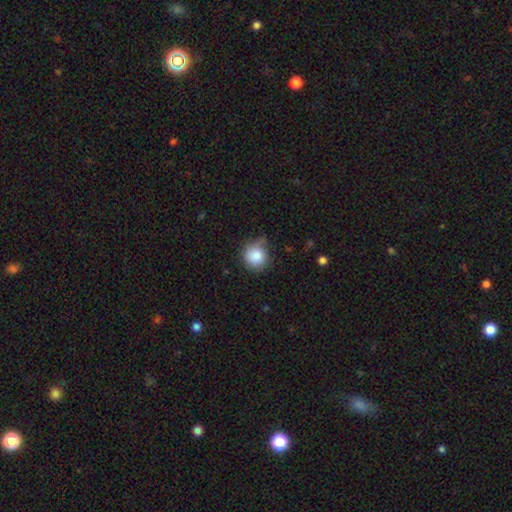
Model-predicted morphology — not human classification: smooth-or-featured: smooth: 84% | star or artifact: 8% | featured or disk: 8%
  how-rounded: round: 89% | in between: 10% | cigar-shaped: 1%
  merging: none: 59% | minor disturbance: 31% | major disturbance: 8% | merger: 2%